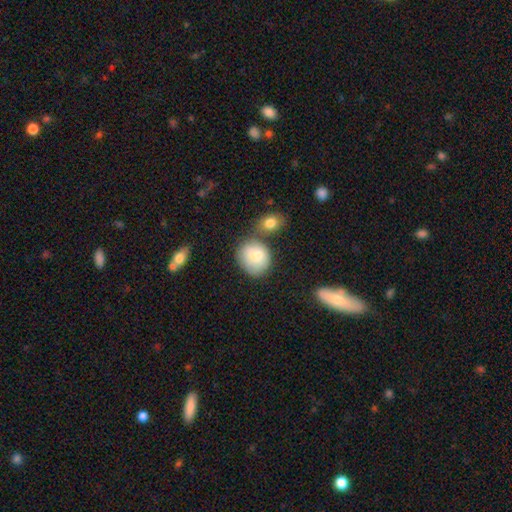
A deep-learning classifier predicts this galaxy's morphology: type=smooth (81%); roundness=round (70%); merging=none (49%).